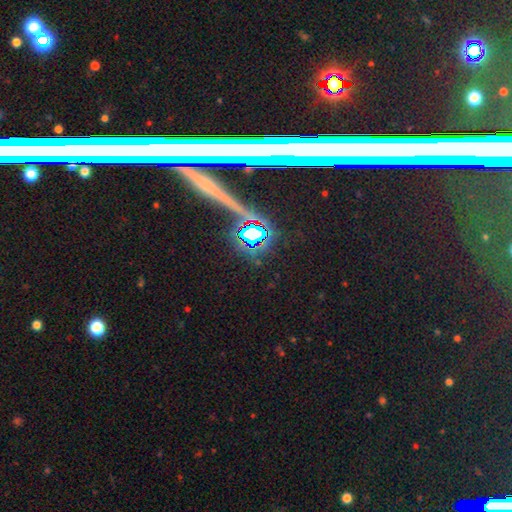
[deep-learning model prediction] Smooth or featured? Predicted: star or artifact (p=0.65).